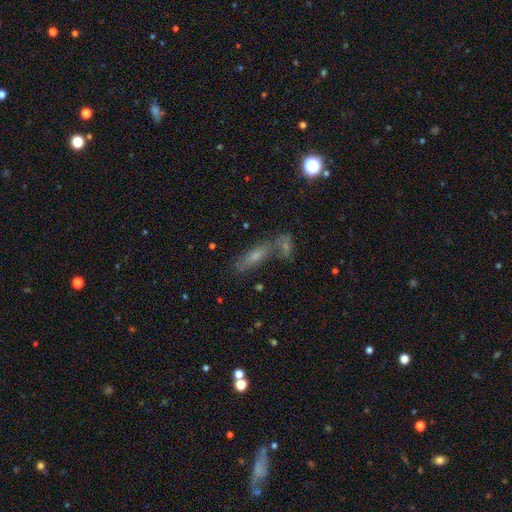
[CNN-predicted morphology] Overall: smooth (40%; featured or disk 37%). Merging: none (44%; merger 33%).